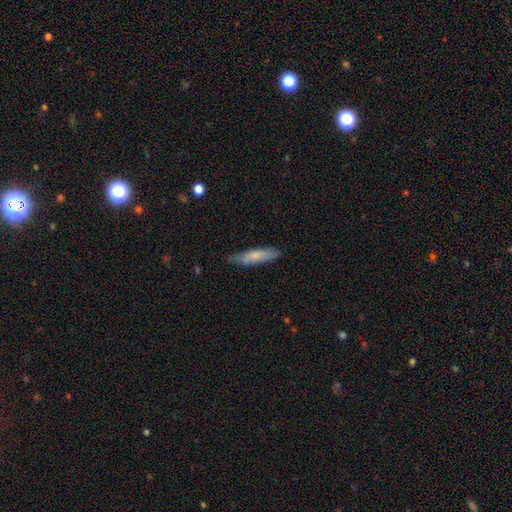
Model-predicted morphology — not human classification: type=smooth (74%); roundness=cigar-shaped (77%); merging=none (76%).